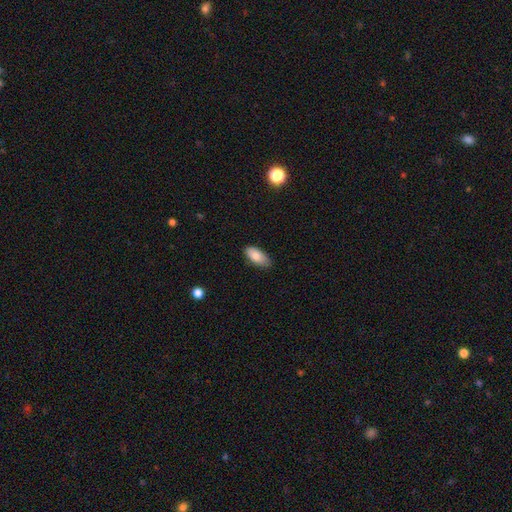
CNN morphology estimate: A smooth galaxy with no disk features (83%) that is in between round and cigar-shaped (89%).

Vote fractions:
- Smooth or featured? smooth: 83% / featured or disk: 11% / star or artifact: 7%
- How rounded? in between: 89% / cigar-shaped: 8% / round: 2%
- Merging? none: 77% / minor disturbance: 19% / major disturbance: 3% / merger: 1%